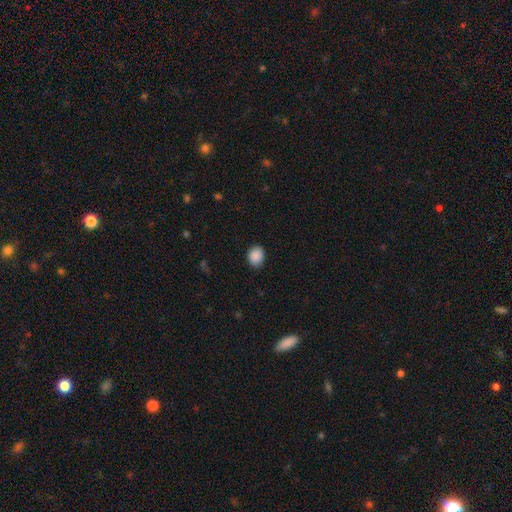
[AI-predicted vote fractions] A smooth galaxy with no disk features (89%) that is round (52%). Merging: none (86%).